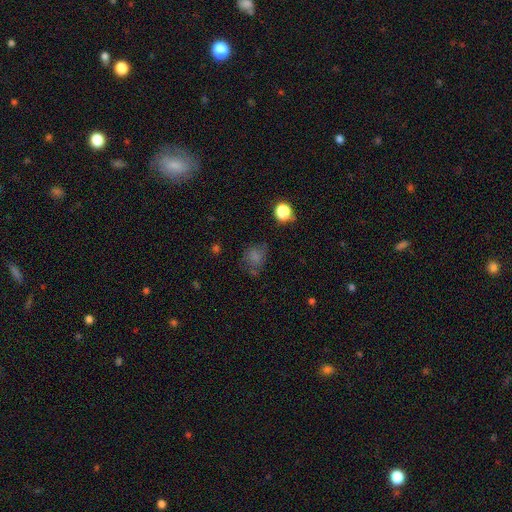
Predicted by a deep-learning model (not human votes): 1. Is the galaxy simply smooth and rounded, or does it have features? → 55% smooth, 29% star or artifact, 16% featured or disk.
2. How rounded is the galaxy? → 64% round, 34% in between, 1% cigar-shaped.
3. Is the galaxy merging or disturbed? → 63% none, 20% minor disturbance, 13% major disturbance, 4% merger.